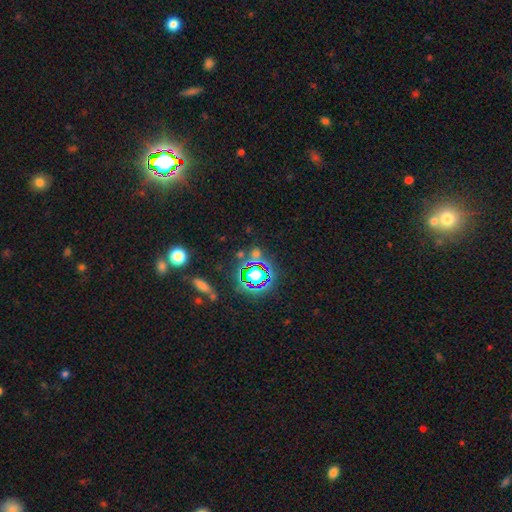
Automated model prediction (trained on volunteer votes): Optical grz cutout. It shows a star or artifact, not a galaxy (72%).